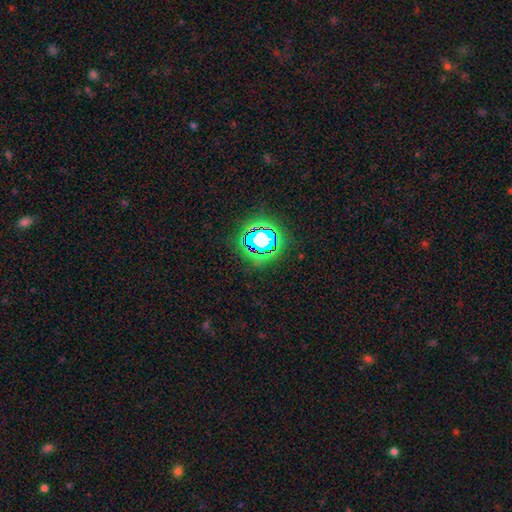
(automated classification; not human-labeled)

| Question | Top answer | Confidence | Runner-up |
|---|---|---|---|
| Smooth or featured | star or artifact | 78% | smooth (15%) |